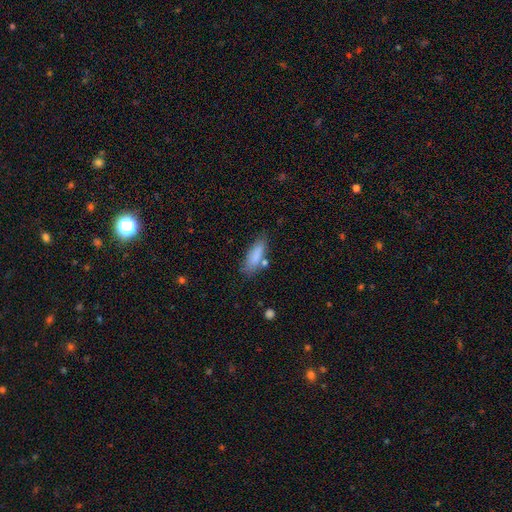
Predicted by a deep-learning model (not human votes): smooth-or-featured: smooth: 84% | featured or disk: 9% | star or artifact: 7%
  how-rounded: in between: 63% | cigar-shaped: 34% | round: 2%
  merging: none: 68% | minor disturbance: 19% | merger: 8% | major disturbance: 5%